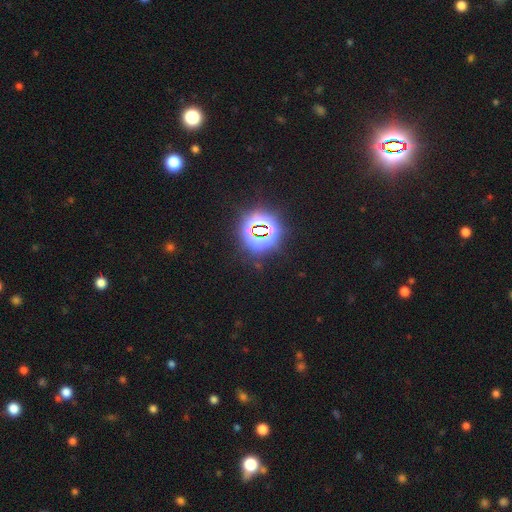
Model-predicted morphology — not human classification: Q: Smooth or featured?
A: star or artifact (80%); runner-up: smooth (12%)